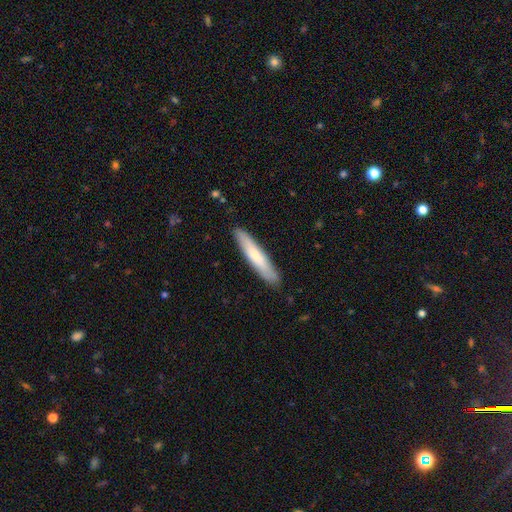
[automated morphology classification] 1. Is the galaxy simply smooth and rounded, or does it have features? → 65% smooth, 30% featured or disk, 5% star or artifact.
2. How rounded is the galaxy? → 91% cigar-shaped, 8% in between, 1% round.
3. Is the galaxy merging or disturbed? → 90% none, 8% minor disturbance, 1% major disturbance, 1% merger.